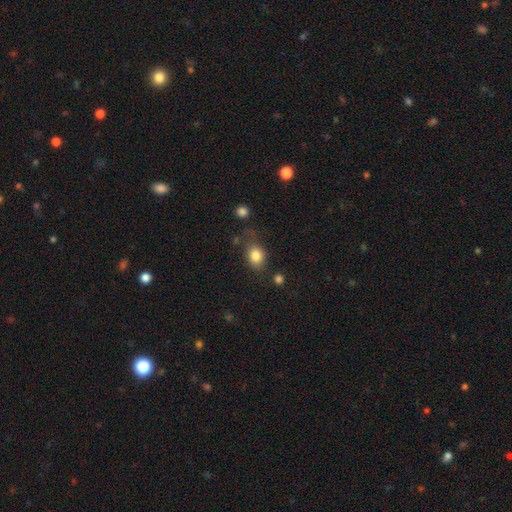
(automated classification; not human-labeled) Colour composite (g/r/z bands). It shows a smooth galaxy with no disk features (83%) that is in between round and cigar-shaped (50%). Merging: none (65%).